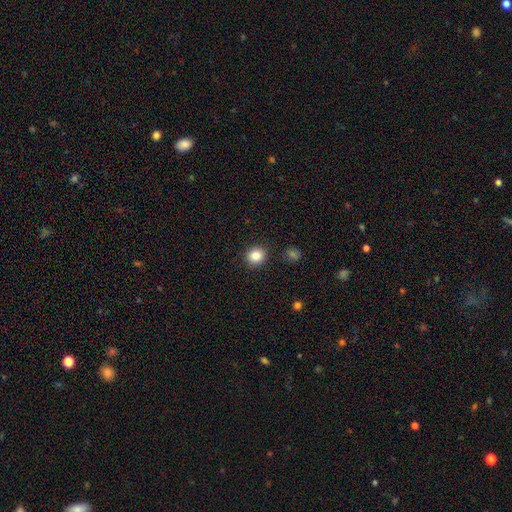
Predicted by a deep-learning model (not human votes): A smooth galaxy with no disk features (86%) that is round (82%).

Vote fractions:
- Smooth or featured? smooth: 86% / star or artifact: 10% / featured or disk: 4%
- How rounded? round: 82% / in between: 17% / cigar-shaped: 1%
- Merging? none: 90% / minor disturbance: 6% / major disturbance: 2% / merger: 2%